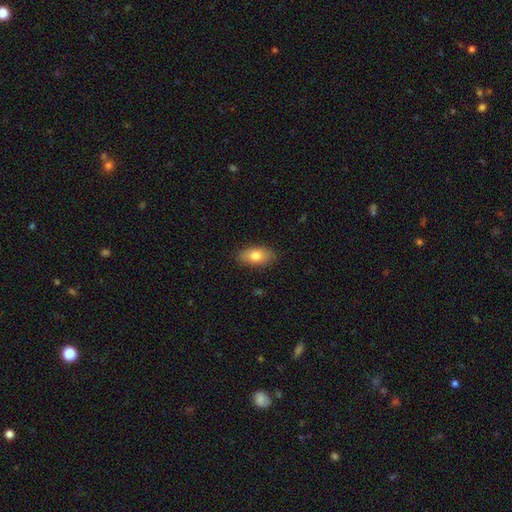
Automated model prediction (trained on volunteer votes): Smooth or featured? Predicted: smooth (p=0.79). How rounded? Predicted: in between (p=0.89). Merging? Predicted: none (p=0.86).